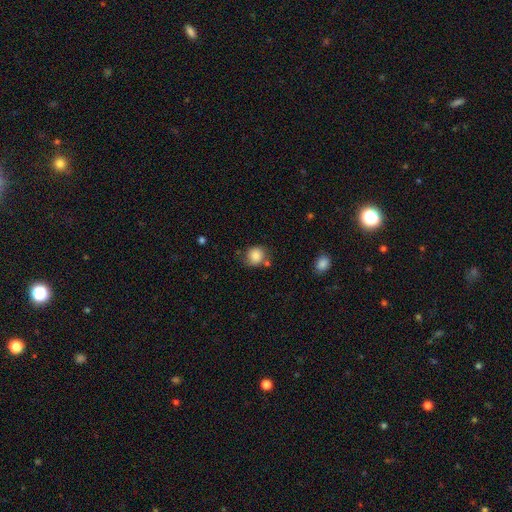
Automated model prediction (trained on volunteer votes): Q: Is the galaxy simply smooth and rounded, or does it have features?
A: smooth — 84%.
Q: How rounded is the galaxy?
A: round — 83%.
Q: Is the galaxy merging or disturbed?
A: none — 68%.